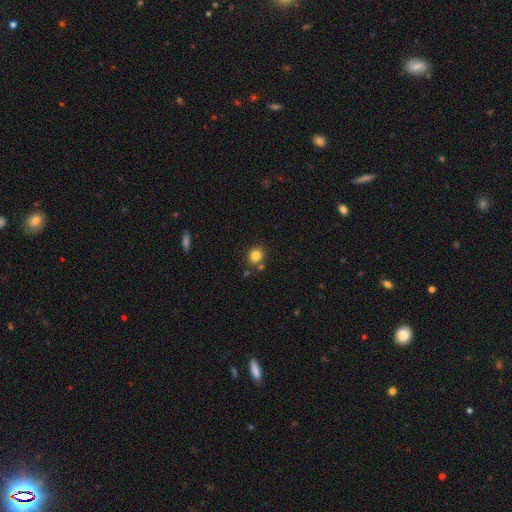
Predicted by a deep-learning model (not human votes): The model was most divided on "how rounded": round: 77%, in between: 22%, cigar-shaped: 1%. More confident: smooth or featured — smooth (82%); merging — none (78%).